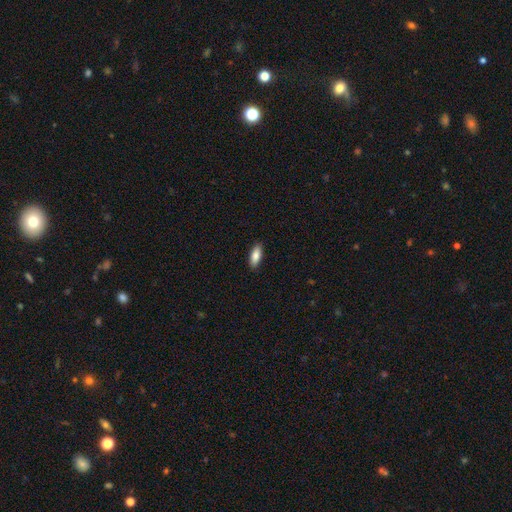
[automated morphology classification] A smooth galaxy with no disk features (85%) that is in between round and cigar-shaped (76%).

Vote fractions:
- Smooth or featured? smooth: 85% / featured or disk: 9% / star or artifact: 6%
- How rounded? in between: 76% / cigar-shaped: 22% / round: 2%
- Merging? none: 89% / minor disturbance: 8% / major disturbance: 2% / merger: 1%